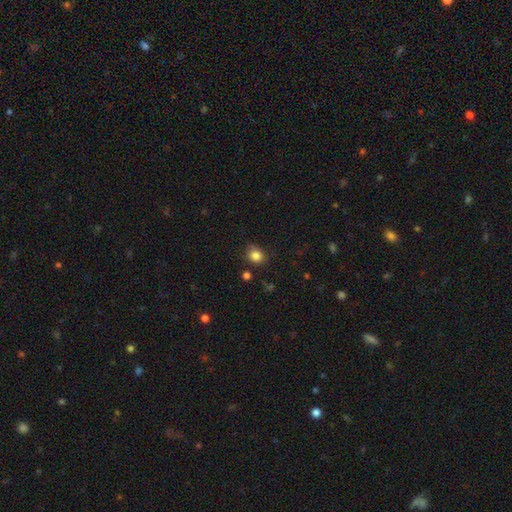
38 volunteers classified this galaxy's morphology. Overall: smooth (92%). How rounded: round (63%; in between 37%). Merging: none (81%).